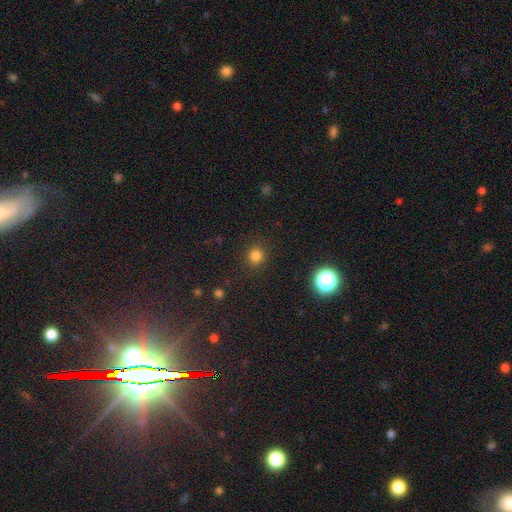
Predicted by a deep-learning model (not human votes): Overall: smooth (80%). How rounded: round (88%). Merging: none (89%).